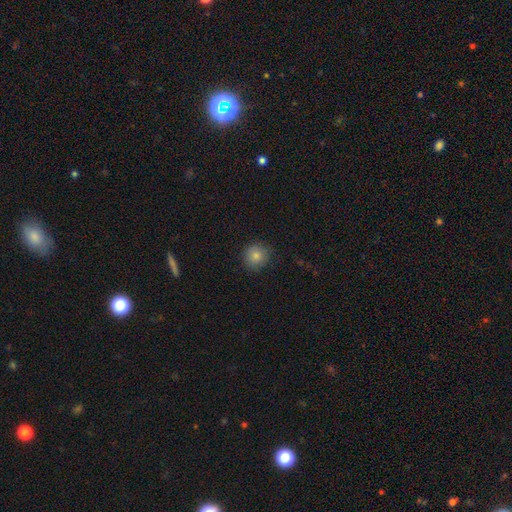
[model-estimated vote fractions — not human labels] Q: Smooth or featured?
A: smooth (83%); runner-up: star or artifact (10%)
Q: How rounded?
A: round (91%); runner-up: in between (8%)
Q: Merging?
A: none (85%); runner-up: minor disturbance (12%)